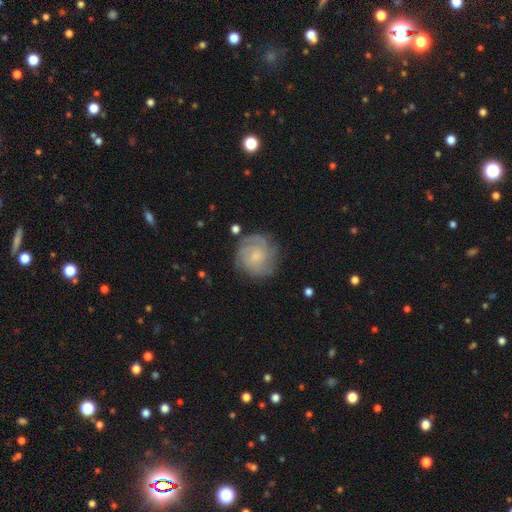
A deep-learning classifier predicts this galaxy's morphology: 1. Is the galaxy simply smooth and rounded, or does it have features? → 72% featured or disk, 21% smooth, 7% star or artifact.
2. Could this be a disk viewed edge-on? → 98% no, 2% yes.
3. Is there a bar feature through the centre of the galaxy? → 67% no, 29% weak, 4% strong.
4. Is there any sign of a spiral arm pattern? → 94% yes, 6% no.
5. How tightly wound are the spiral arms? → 65% tight, 28% medium, 7% loose.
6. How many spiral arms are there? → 33% can't tell, 25% 3, 20% 2, 11% 4, 6% 1, 5% more than 4.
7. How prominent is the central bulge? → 60% small, 23% moderate, 13% none, 2% large, 1% dominant.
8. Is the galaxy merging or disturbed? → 77% none, 15% minor disturbance, 6% major disturbance, 2% merger.